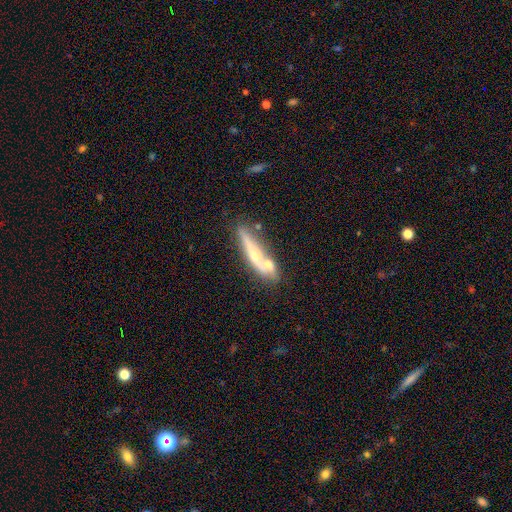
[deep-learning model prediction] smooth-or-featured: featured or disk: 50% | smooth: 43% | star or artifact: 7%
  merging: none: 47% | merger: 30% | minor disturbance: 16% | major disturbance: 7%